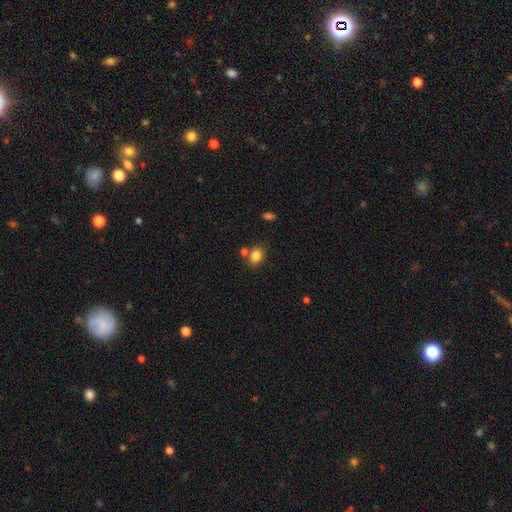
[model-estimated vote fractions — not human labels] This is clearly a smooth galaxy (84%). How rounded: possibly in between (60%). Merging: likely none (67%).